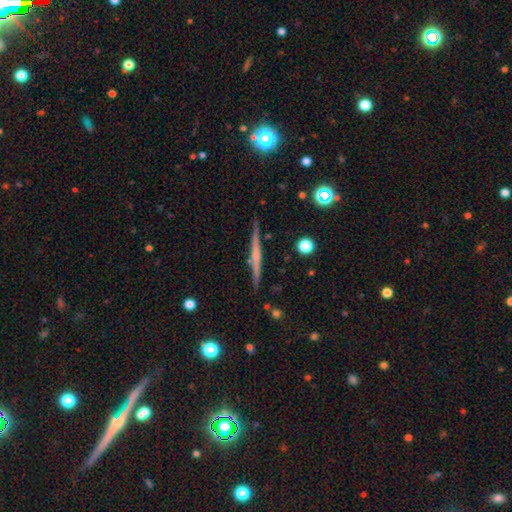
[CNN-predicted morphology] Smooth or featured? Predicted: featured or disk (p=0.65). Edge-on disk? Predicted: yes (p=0.98). Edge-on bulge? Predicted: none (p=0.59). Merging? Predicted: none (p=0.89).